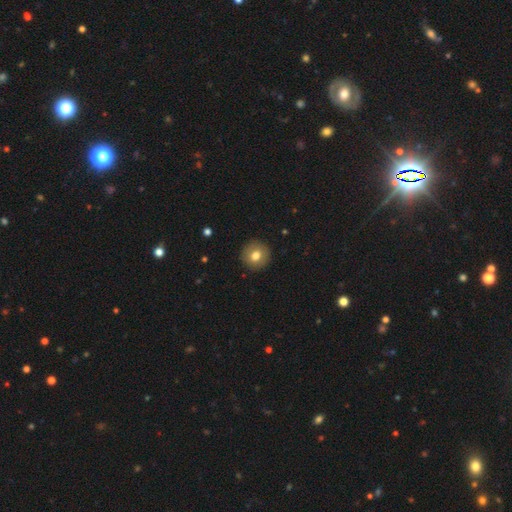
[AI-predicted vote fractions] smooth_or_featured: smooth (p=0.77) [alt: featured or disk p=0.14]
how_rounded: round (p=0.94) [alt: in between p=0.05]
merging: none (p=0.92) [alt: minor disturbance p=0.05]